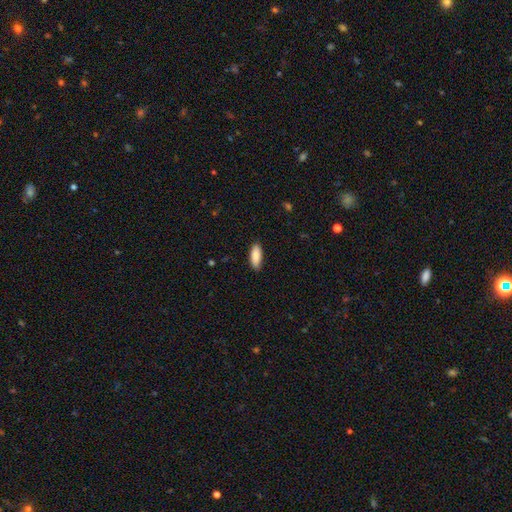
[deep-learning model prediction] Smooth or featured?
  - smooth: 89% *
  - star or artifact: 6%
  - featured or disk: 6%
How rounded?
  - in between: 78% *
  - cigar-shaped: 21%
  - round: 2%
Merging?
  - none: 87% *
  - minor disturbance: 10%
  - major disturbance: 2%
  - merger: 1%